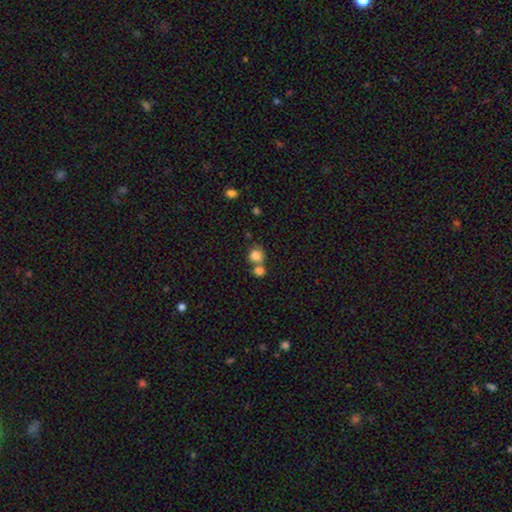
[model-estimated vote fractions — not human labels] This is clearly a smooth galaxy (82%). How rounded: clearly round (83%). Merging: possibly none (47%).